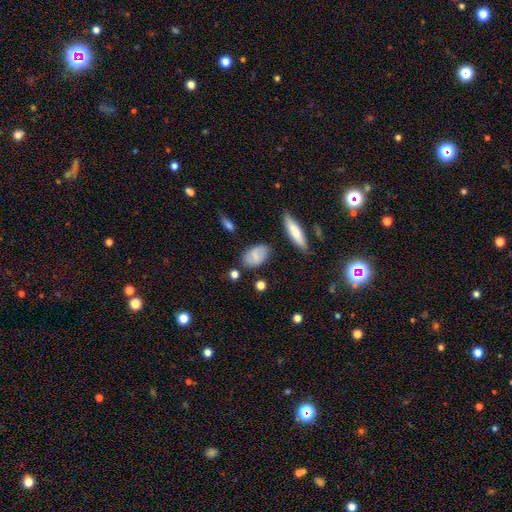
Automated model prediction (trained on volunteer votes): A smooth galaxy with no disk features (67%) that is in between round and cigar-shaped (88%).

Vote fractions:
- Smooth or featured? smooth: 67% / featured or disk: 25% / star or artifact: 8%
- How rounded? in between: 88% / round: 9% / cigar-shaped: 4%
- Merging? none: 76% / minor disturbance: 16% / major disturbance: 4% / merger: 4%